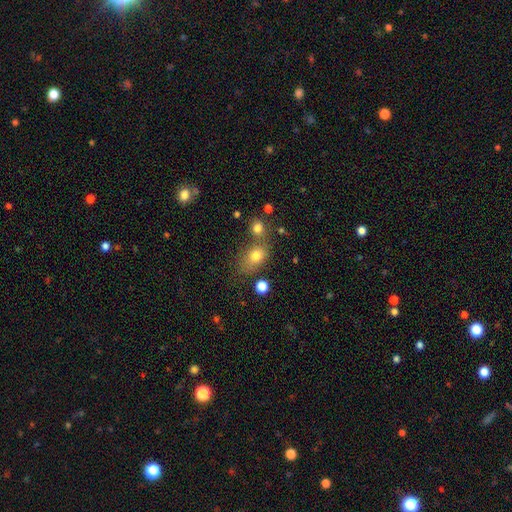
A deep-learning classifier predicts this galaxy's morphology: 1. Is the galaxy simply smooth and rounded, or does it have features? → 76% smooth, 12% featured or disk, 12% star or artifact.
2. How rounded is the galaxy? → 70% in between, 28% round, 2% cigar-shaped.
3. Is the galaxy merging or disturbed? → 51% none, 24% merger, 17% minor disturbance, 8% major disturbance.